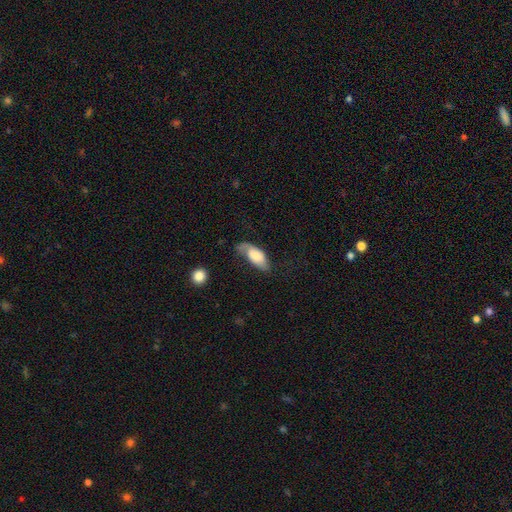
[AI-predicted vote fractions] Smooth or featured? smooth (64%)
How rounded? in between (88%)
Merging? none (36%)